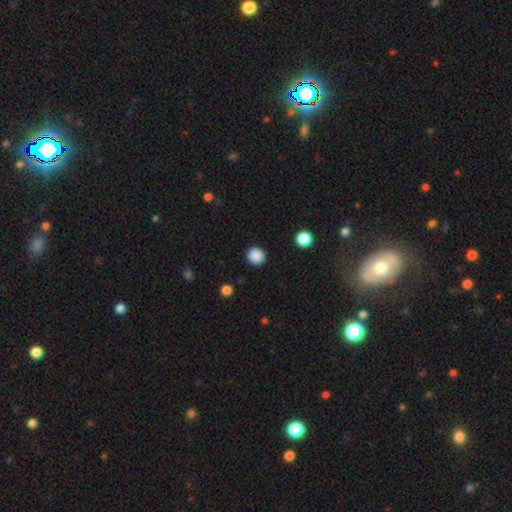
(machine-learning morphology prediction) This appears to be a smooth galaxy with no disk features (88%) that is round (93%). Merging: none (92%).